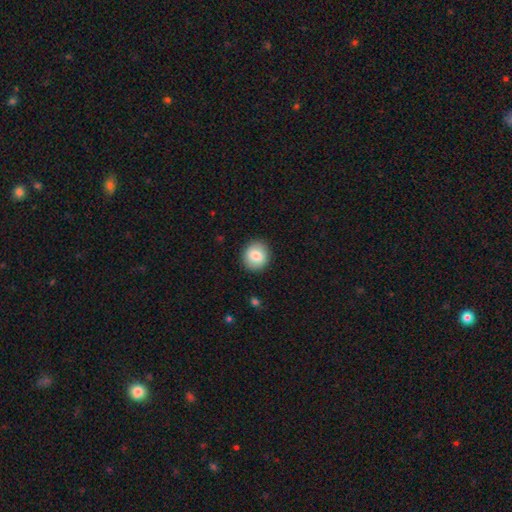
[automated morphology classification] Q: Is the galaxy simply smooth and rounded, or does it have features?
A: smooth — 84%.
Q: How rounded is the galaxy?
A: round — 85%.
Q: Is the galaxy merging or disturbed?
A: none — 90%.